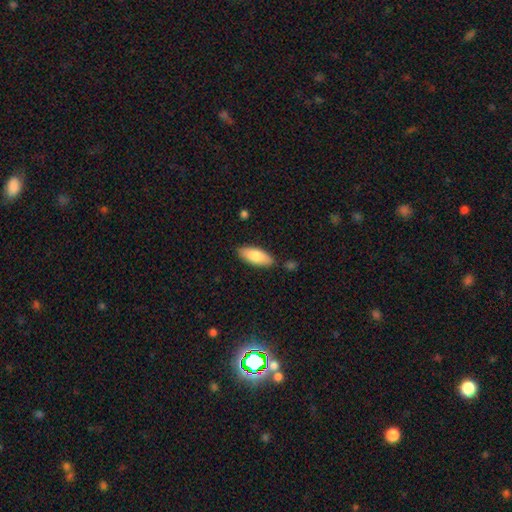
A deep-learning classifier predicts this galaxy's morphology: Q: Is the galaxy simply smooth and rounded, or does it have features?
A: smooth — 80%.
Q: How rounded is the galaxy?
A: in between — 77%.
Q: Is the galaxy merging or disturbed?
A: none — 83%.